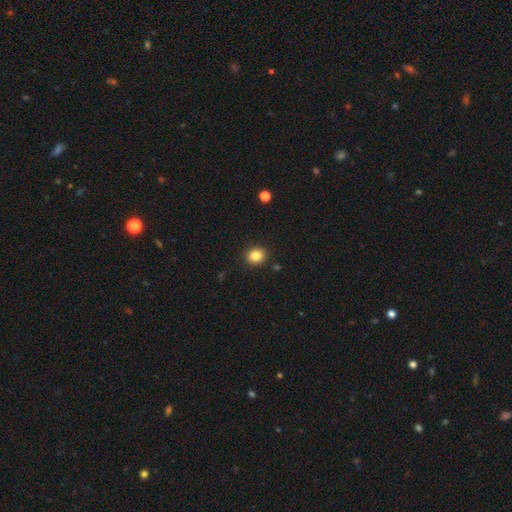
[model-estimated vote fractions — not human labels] Smooth or featured? Predicted: smooth (p=0.85). How rounded? Predicted: round (p=0.77). Merging? Predicted: none (p=0.90).